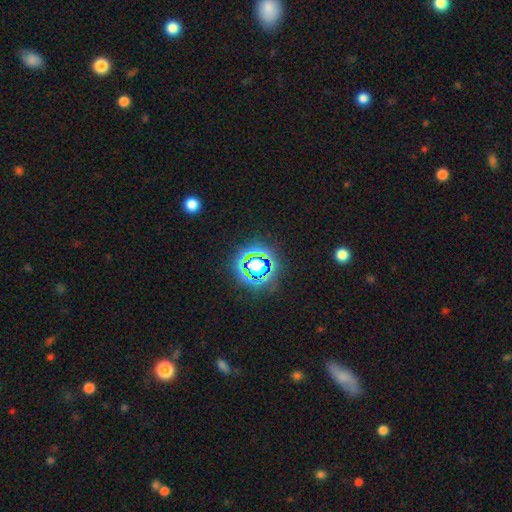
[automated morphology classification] star or artifact 77%, smooth 15%, featured or disk 8%.